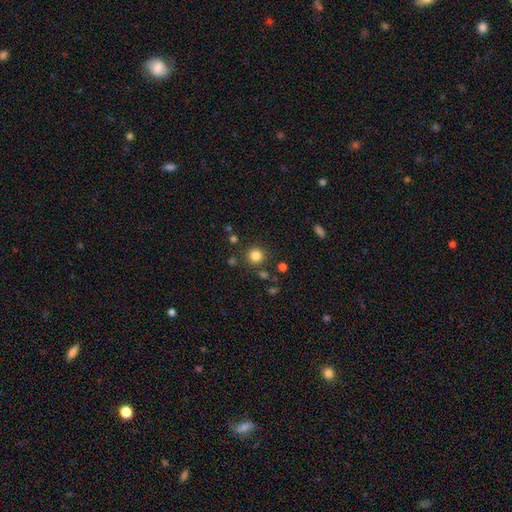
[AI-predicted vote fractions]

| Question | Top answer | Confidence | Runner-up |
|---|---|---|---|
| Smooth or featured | smooth | 82% | star or artifact (13%) |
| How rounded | round | 94% | in between (5%) |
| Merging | none | 86% | minor disturbance (7%) |